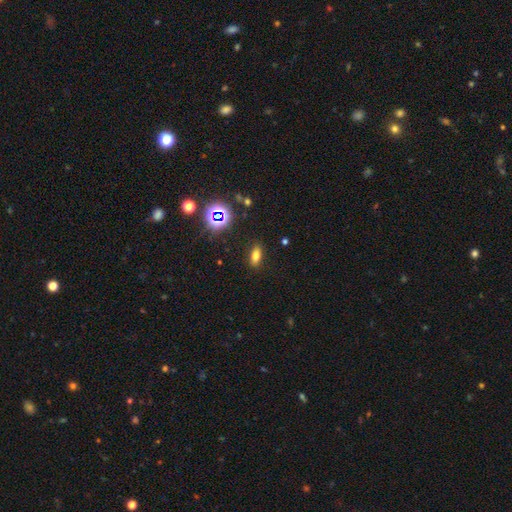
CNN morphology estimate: Smooth or featured? Predicted: smooth (p=0.68). How rounded? Predicted: in between (p=0.77). Merging? Predicted: none (p=0.88).